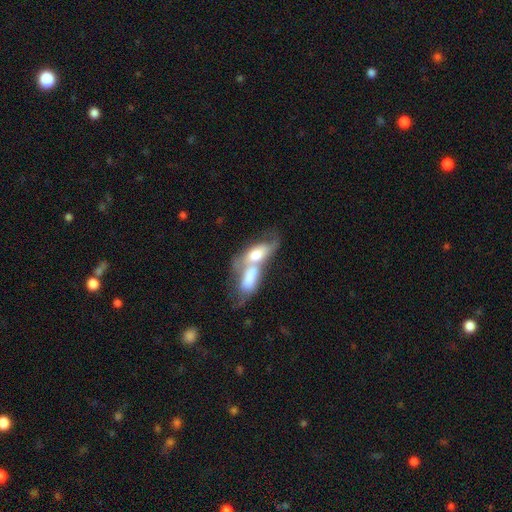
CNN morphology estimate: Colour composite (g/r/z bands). It shows a smooth galaxy with no disk features (56%) that is in between round and cigar-shaped (80%). Merging: merger (78%).